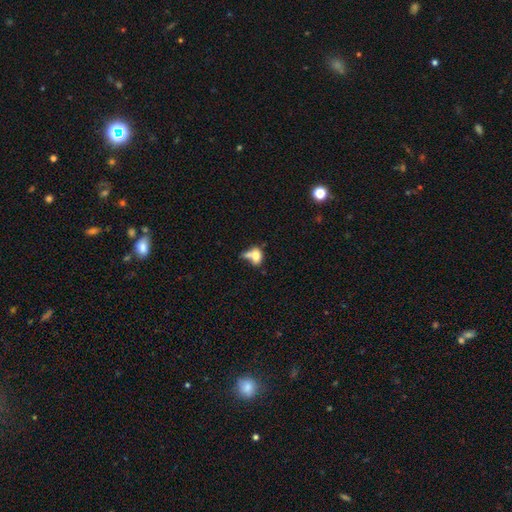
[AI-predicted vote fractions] Smooth or featured? smooth (70%)
How rounded? in between (67%)
Merging? merger (44%)